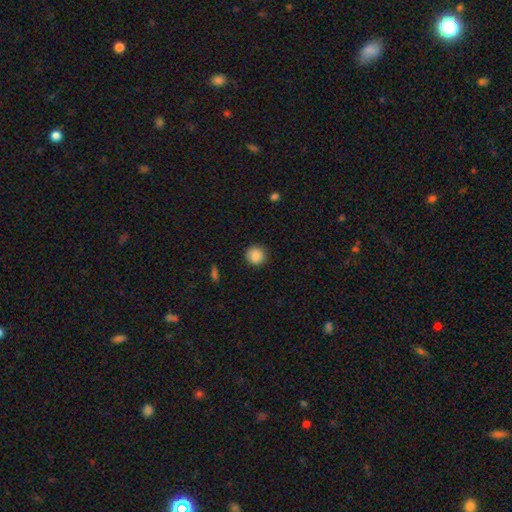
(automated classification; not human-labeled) Smooth or featured? smooth (88%)
How rounded? round (93%)
Merging? none (90%)